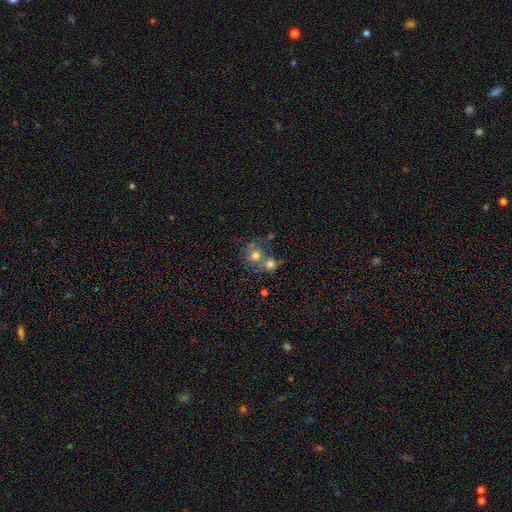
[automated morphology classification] This appears to be a smooth galaxy with no disk features (69%) that is round (82%). Merging: merger (46%).